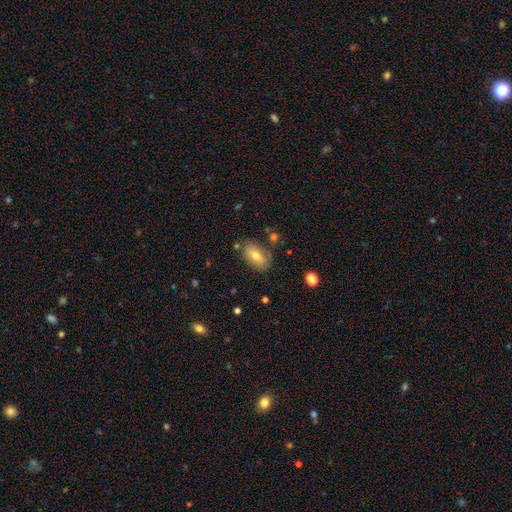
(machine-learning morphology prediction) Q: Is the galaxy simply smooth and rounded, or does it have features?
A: smooth — 67%.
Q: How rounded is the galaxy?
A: in between — 90%.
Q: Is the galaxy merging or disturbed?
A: none — 75%.